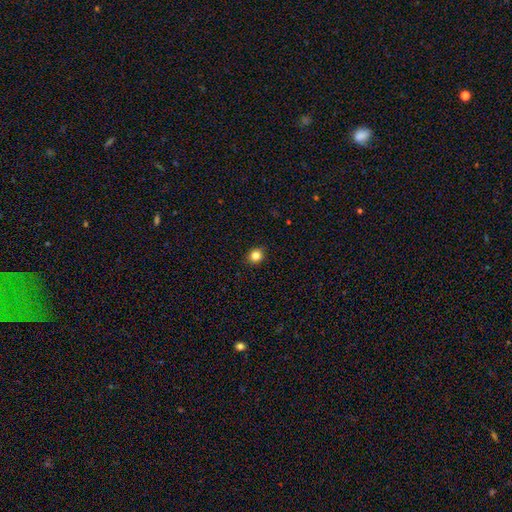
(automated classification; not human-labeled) smooth 83%, star or artifact 12%, featured or disk 5%. Down the decision tree: how rounded — round (73%); merging — none (91%).